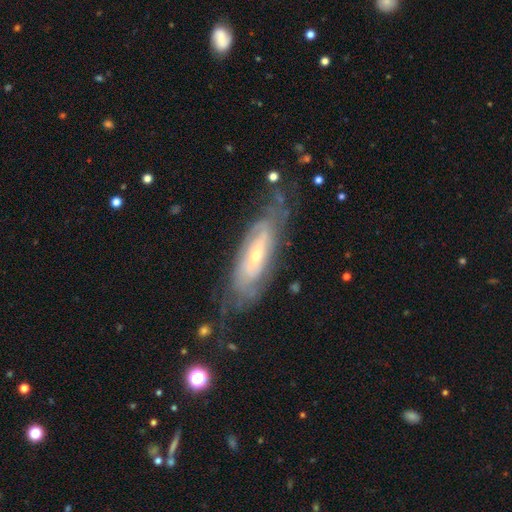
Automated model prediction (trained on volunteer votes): smooth-or-featured: featured or disk: 78% | smooth: 16% | star or artifact: 6%
  disk-edge-on: no: 82% | yes: 18%
    bar: no: 59% | weak: 29% | strong: 12%
    has-spiral-arms: yes: 83% | no: 17%
      spiral-winding: tight: 67% | medium: 25% | loose: 9%
      spiral-arm-count: can't tell: 60% | 2: 23% | 3: 6% | 4: 5% | 1: 3% | more than 4: 3%
    bulge-size: small: 60% | moderate: 36% | large: 2% | none: 1% | dominant: 1%
  merging: none: 65% | minor disturbance: 22% | major disturbance: 11% | merger: 2%